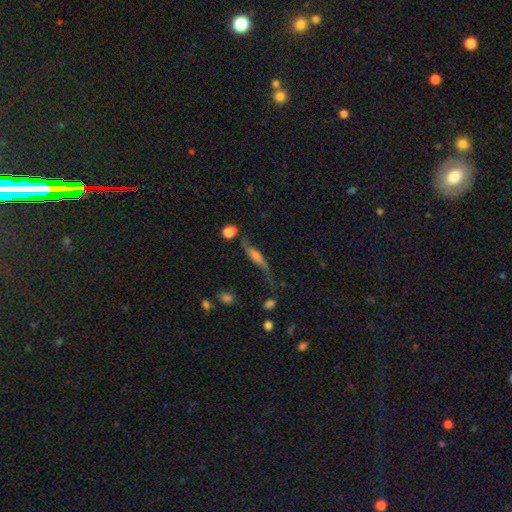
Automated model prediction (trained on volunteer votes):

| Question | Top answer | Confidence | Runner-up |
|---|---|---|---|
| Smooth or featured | featured or disk | 60% | smooth (29%) |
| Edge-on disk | yes | 55% | no (45%) |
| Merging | none | 50% | minor disturbance (24%) |